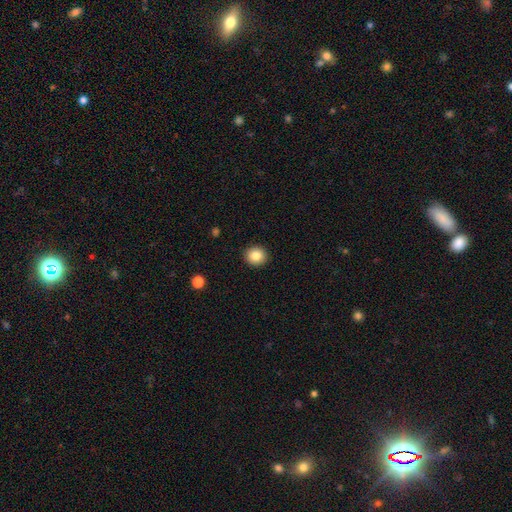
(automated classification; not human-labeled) The model was most divided on "how rounded": round: 86%, in between: 13%, cigar-shaped: 1%. More confident: merging — none (92%); smooth or featured — smooth (84%).